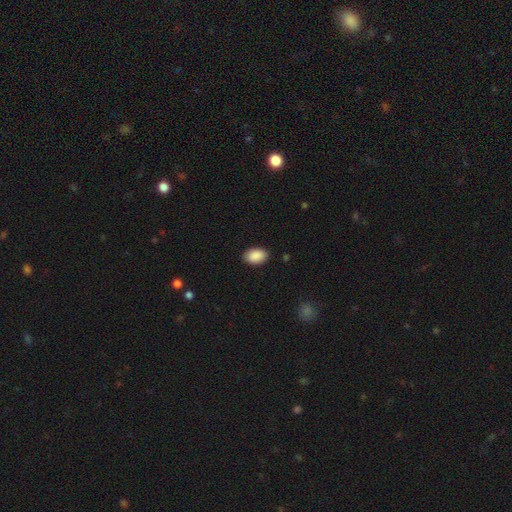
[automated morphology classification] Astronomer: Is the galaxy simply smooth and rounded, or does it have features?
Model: smooth — 90%.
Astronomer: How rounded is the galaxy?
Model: in between — 91%.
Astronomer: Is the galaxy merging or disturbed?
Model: none — 89%.